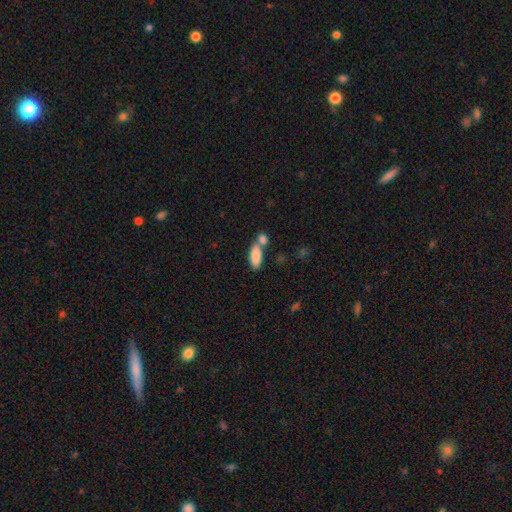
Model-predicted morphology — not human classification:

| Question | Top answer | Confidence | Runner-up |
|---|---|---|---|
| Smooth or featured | smooth | 85% | featured or disk (8%) |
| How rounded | in between | 79% | cigar-shaped (19%) |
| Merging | none | 46% | merger (40%) |